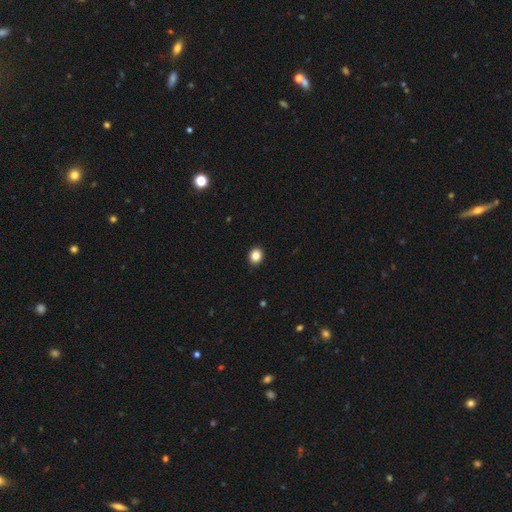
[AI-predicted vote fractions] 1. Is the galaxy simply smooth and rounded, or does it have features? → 86% smooth, 10% star or artifact, 4% featured or disk.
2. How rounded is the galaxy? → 65% round, 34% in between, 1% cigar-shaped.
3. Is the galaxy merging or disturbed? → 91% none, 6% minor disturbance, 2% major disturbance, 1% merger.